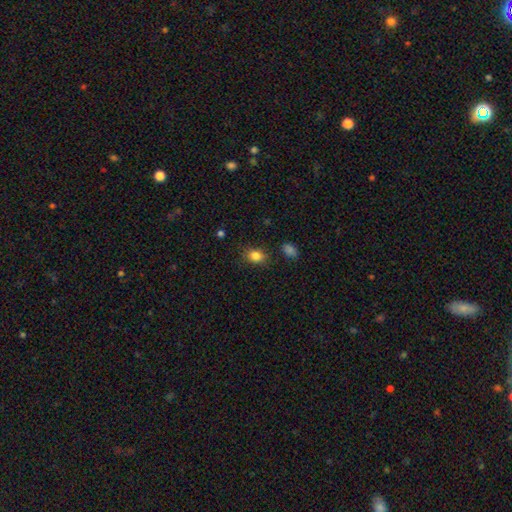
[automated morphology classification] A smooth galaxy with no disk features (84%) that is in between round and cigar-shaped (61%).

Vote fractions:
- Smooth or featured? smooth: 84% / star or artifact: 11% / featured or disk: 6%
- How rounded? in between: 61% / round: 38% / cigar-shaped: 1%
- Merging? none: 81% / minor disturbance: 14% / major disturbance: 4% / merger: 2%